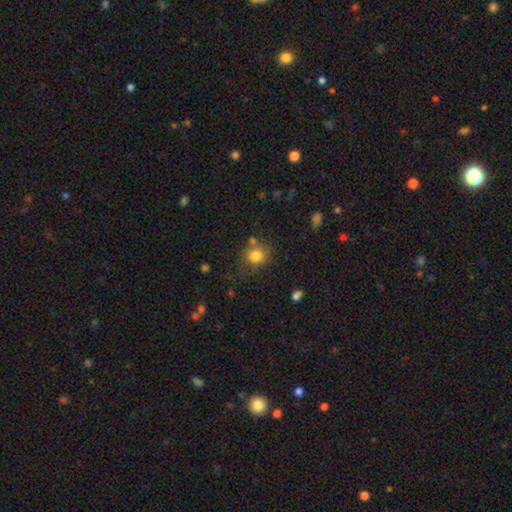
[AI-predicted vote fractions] smooth 82%, star or artifact 11%, featured or disk 7%. Down the decision tree: how rounded — round (81%); merging — none (71%).